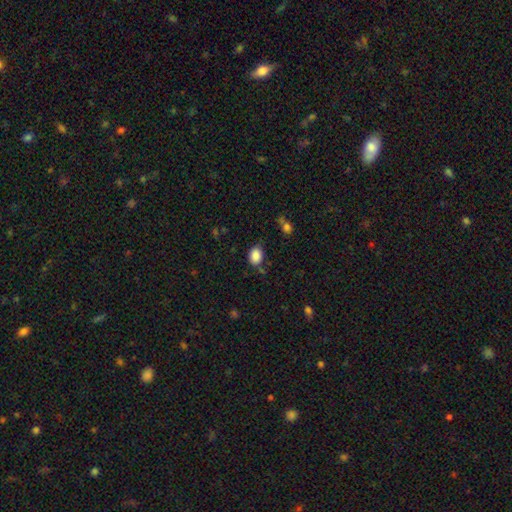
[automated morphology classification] Q: Smooth or featured?
A: smooth (87%); runner-up: star or artifact (9%)
Q: How rounded?
A: in between (63%); runner-up: round (36%)
Q: Merging?
A: none (73%); runner-up: minor disturbance (19%)